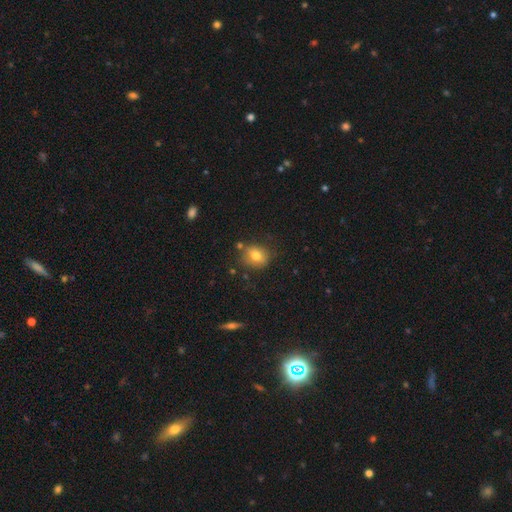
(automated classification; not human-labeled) smooth_or_featured: smooth (p=0.74) [alt: featured or disk p=0.15]
how_rounded: round (p=0.55) [alt: in between p=0.43]
merging: none (p=0.74) [alt: minor disturbance p=0.16]